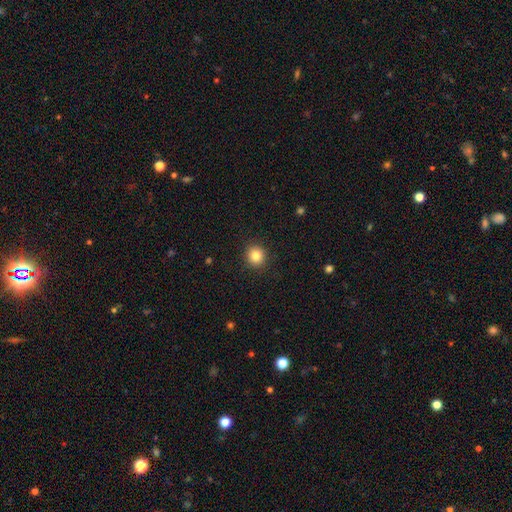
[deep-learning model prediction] smooth 84%, star or artifact 11%, featured or disk 6%. Down the decision tree: how rounded — round (92%); merging — none (92%).